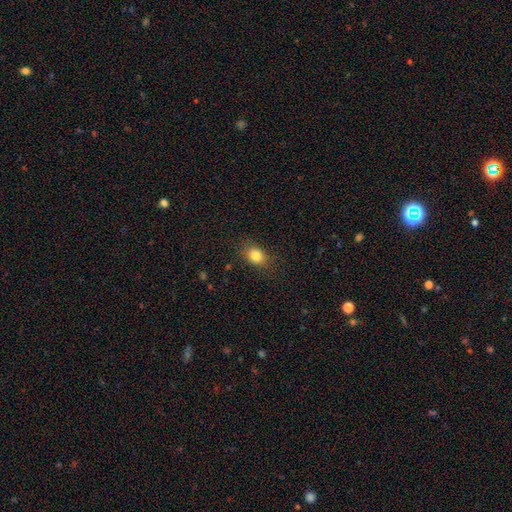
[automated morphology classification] Smooth or featured? smooth (83%)
How rounded? in between (62%)
Merging? none (84%)